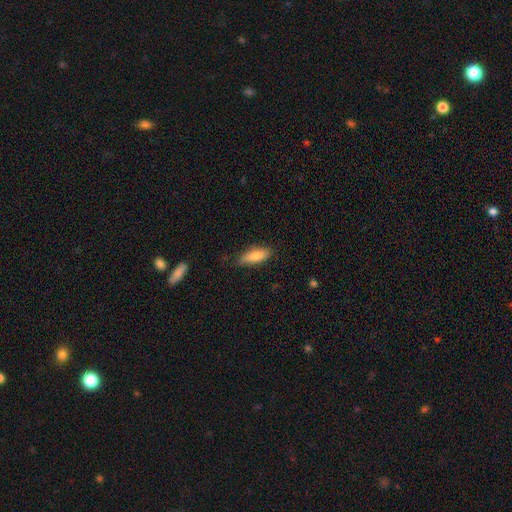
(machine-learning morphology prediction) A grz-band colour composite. It shows a smooth galaxy with no disk features (81%) that is in between round and cigar-shaped (61%). Merging: none (75%).